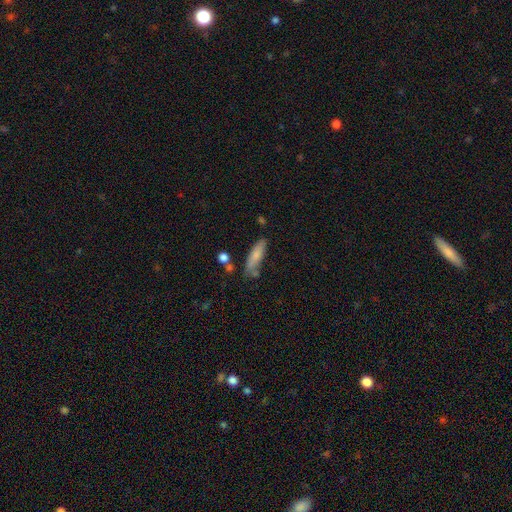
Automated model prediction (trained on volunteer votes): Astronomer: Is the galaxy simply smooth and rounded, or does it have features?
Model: smooth — 76%.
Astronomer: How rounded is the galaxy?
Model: cigar-shaped — 62%.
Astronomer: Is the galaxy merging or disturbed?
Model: none — 66%.